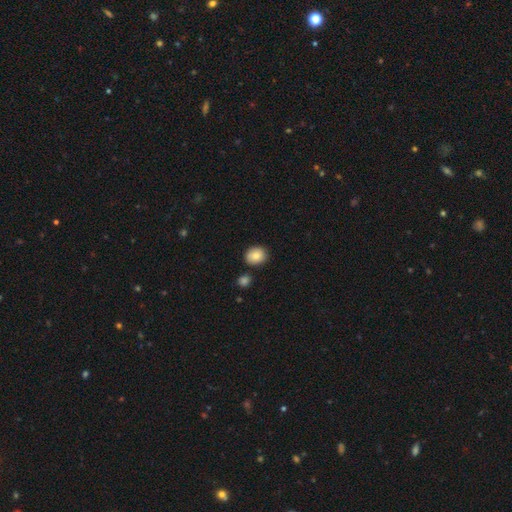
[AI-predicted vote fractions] Morphology: type=smooth (84%); roundness=round (60%); merging=none (83%).